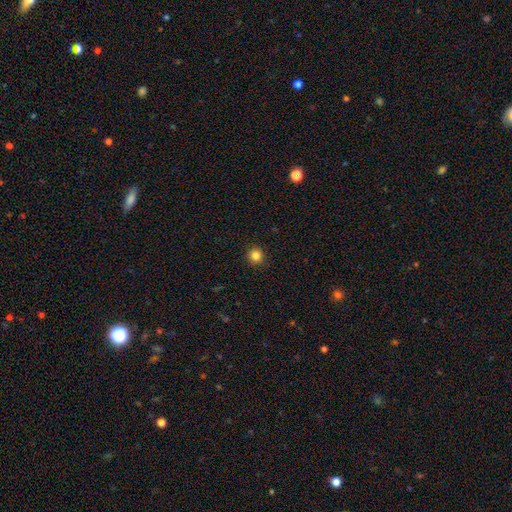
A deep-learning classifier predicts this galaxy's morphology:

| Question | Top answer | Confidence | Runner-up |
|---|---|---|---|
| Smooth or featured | smooth | 84% | star or artifact (12%) |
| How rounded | round | 94% | in between (5%) |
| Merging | none | 93% | minor disturbance (5%) |